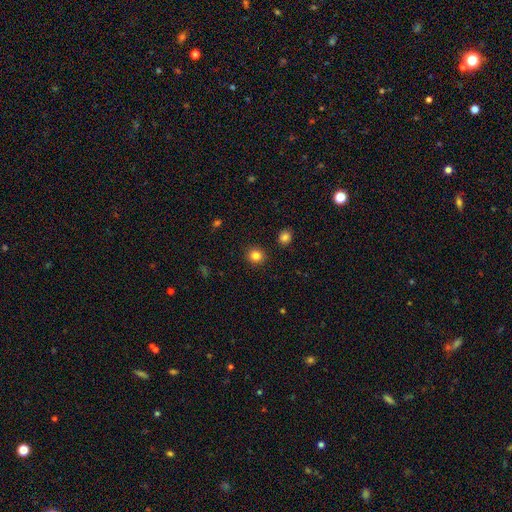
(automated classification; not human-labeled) smooth 83%, star or artifact 12%, featured or disk 5%. Down the decision tree: how rounded — round (87%); merging — none (91%).